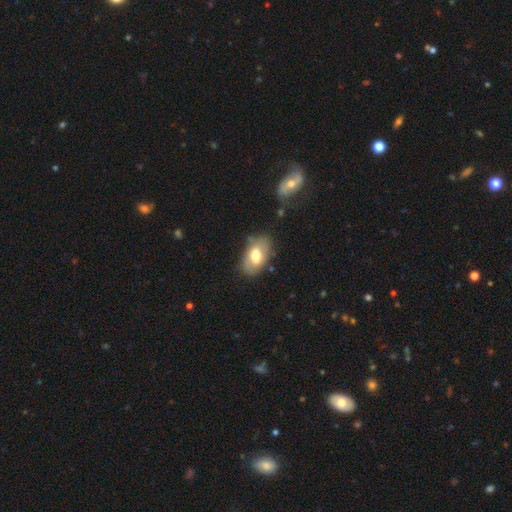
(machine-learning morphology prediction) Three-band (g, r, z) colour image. It shows a smooth galaxy with no disk features (66%) that is in between round and cigar-shaped (92%). Merging: none (69%).